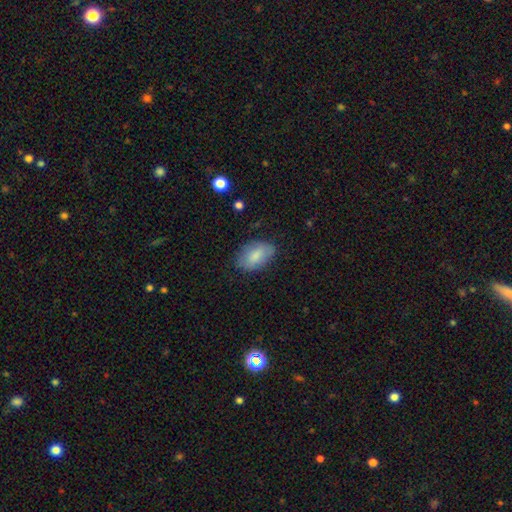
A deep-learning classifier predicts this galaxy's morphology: A smooth galaxy with no disk features (81%) that is in between round and cigar-shaped (91%). Merging: none (74%).